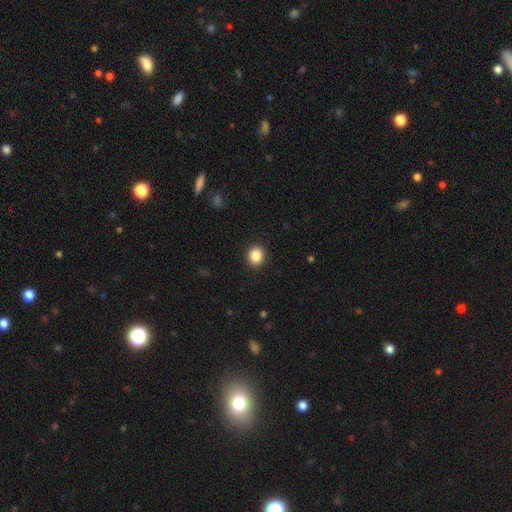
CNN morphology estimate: This is clearly a smooth galaxy (86%). How rounded: likely round (77%). Merging: clearly none (91%).